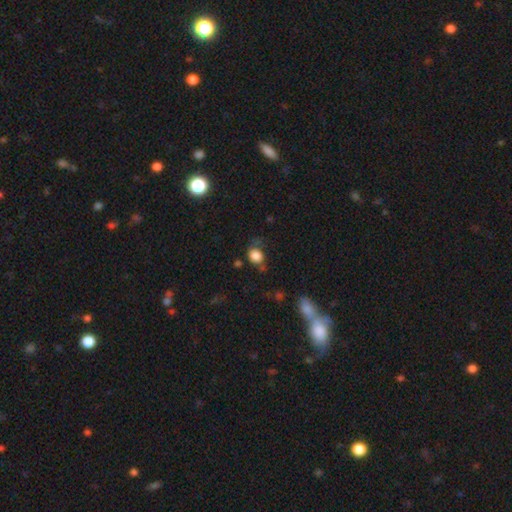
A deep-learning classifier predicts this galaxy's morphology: The model was most divided on "how rounded": round: 58%, in between: 41%, cigar-shaped: 1%. More confident: smooth or featured — smooth (84%); merging — none (50%).